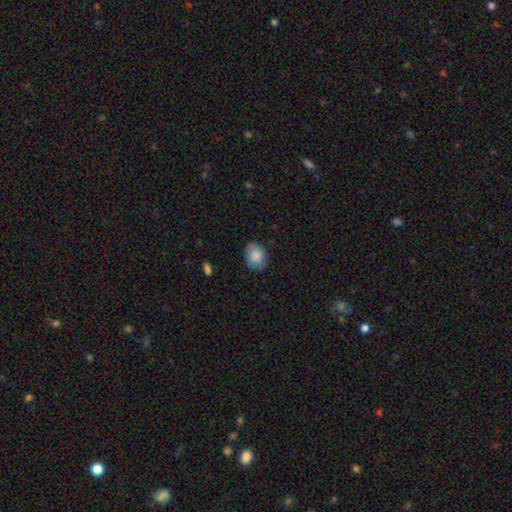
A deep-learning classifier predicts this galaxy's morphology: smooth-or-featured: smooth: 86% | featured or disk: 7% | star or artifact: 7%
  how-rounded: in between: 63% | round: 37% | cigar-shaped: 1%
  merging: none: 77% | minor disturbance: 18% | major disturbance: 3% | merger: 1%